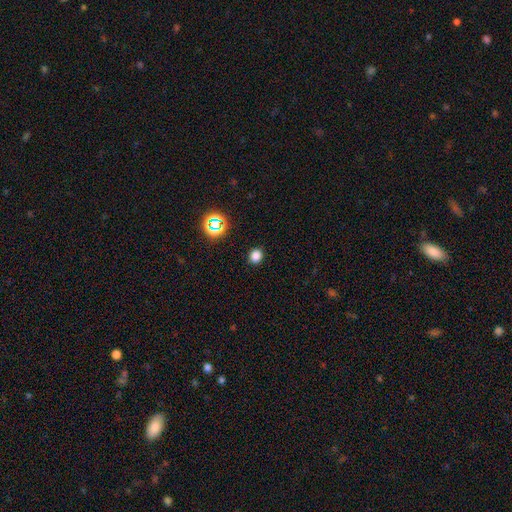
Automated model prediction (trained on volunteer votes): Smooth or featured? Predicted: smooth (p=0.78). How rounded? Predicted: round (p=0.74). Merging? Predicted: none (p=0.89).